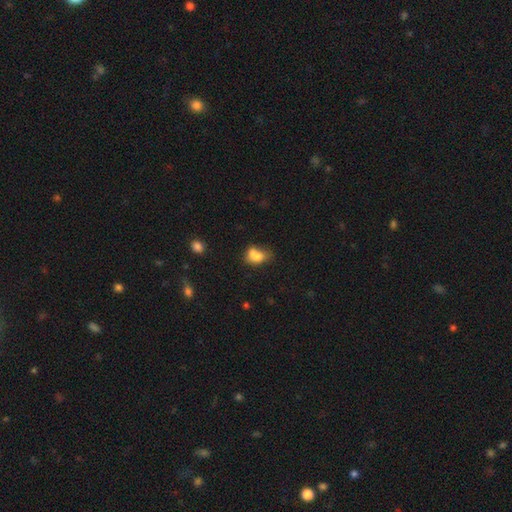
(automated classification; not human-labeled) smooth 73%, featured or disk 16%, star or artifact 11%. Down the decision tree: how rounded — in between (70%); merging — merger (46%).